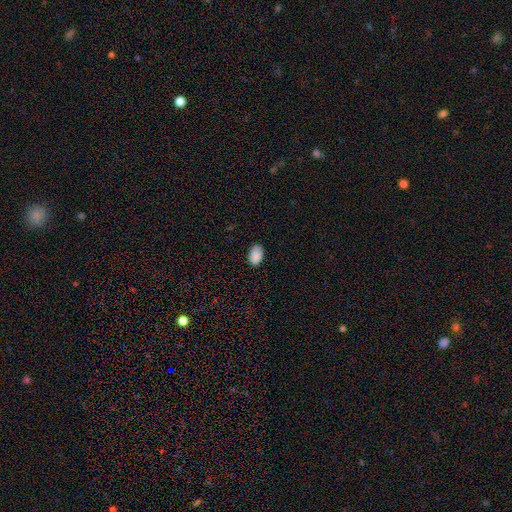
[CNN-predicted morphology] The model was most divided on "merging": none: 84%, minor disturbance: 13%, major disturbance: 2%, merger: 1%. More confident: how rounded — in between (90%); smooth or featured — smooth (89%).